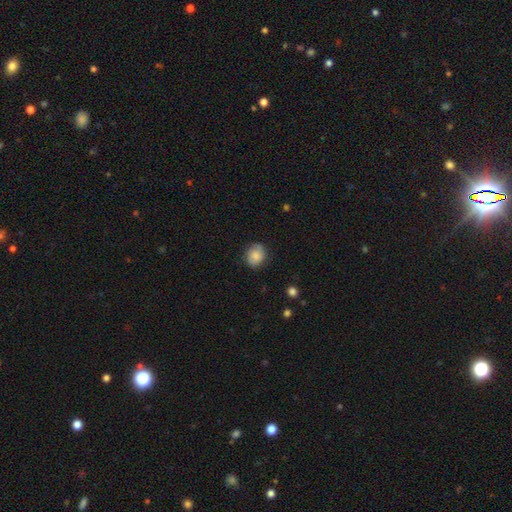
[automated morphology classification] Smooth or featured?
  - smooth: 74% *
  - featured or disk: 18%
  - star or artifact: 8%
How rounded?
  - round: 66% *
  - in between: 33%
  - cigar-shaped: 1%
Merging?
  - none: 76% *
  - minor disturbance: 18%
  - major disturbance: 5%
  - merger: 1%